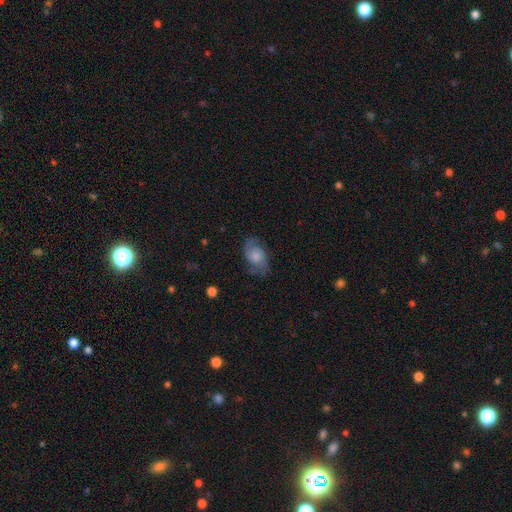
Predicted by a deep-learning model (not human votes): This appears to be a featured or disk galaxy (53%) with no bar (70%), spiral arms (87%) and a moderate central bulge (39%). Merging: none (69%).